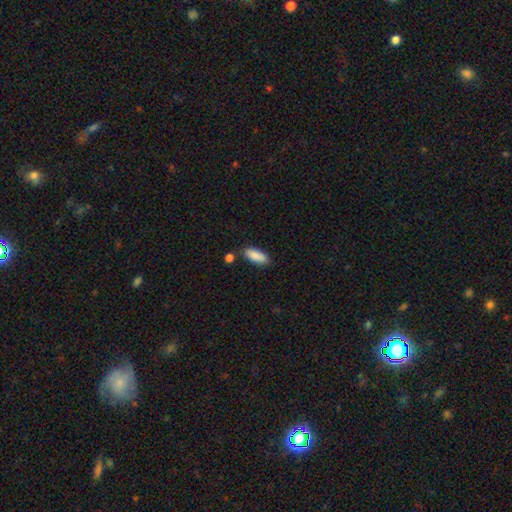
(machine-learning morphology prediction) Smooth or featured: smooth — 89% (star or artifact — 6%)
How rounded: in between — 73% (cigar-shaped — 25%)
Merging: none — 79% (minor disturbance — 12%)